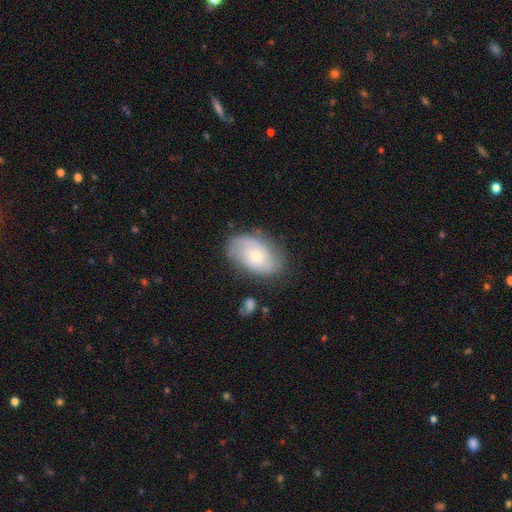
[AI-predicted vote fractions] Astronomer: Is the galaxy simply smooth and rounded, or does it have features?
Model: smooth — 47%, tied with featured or disk at 47%.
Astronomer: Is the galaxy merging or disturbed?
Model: none — 70%.